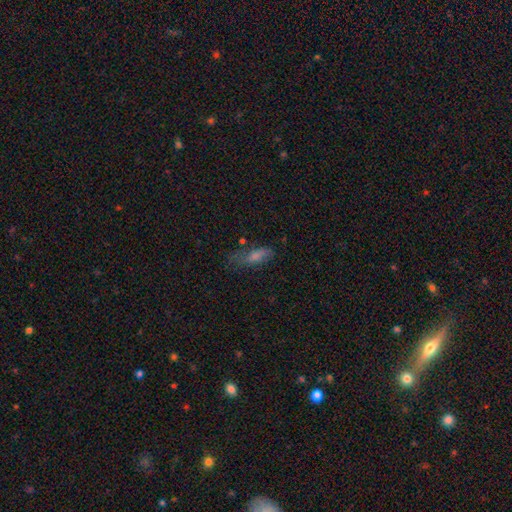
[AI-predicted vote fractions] Smooth or featured? smooth (54%)
How rounded? in between (50%)
Merging? none (58%)